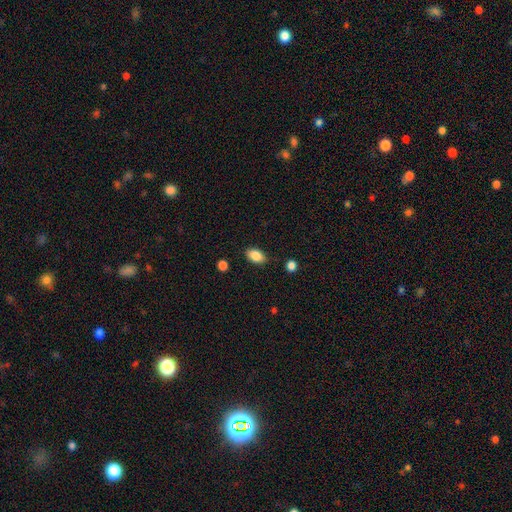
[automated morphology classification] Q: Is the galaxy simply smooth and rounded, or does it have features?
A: smooth — 87%.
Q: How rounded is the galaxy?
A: in between — 90%.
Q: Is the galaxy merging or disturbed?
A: none — 84%.